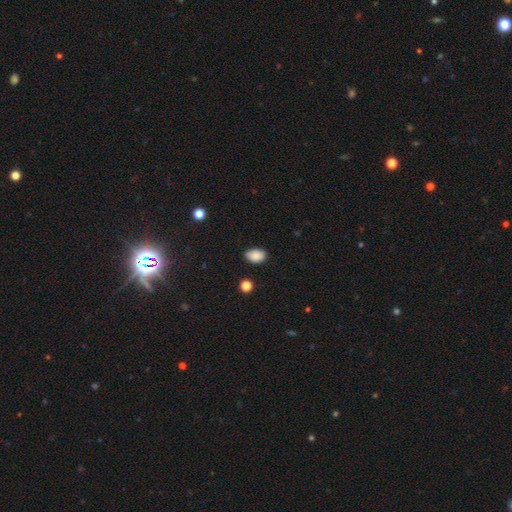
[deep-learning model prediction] This appears to be a smooth galaxy with no disk features (87%) that is in between round and cigar-shaped (86%). Merging: none (84%).